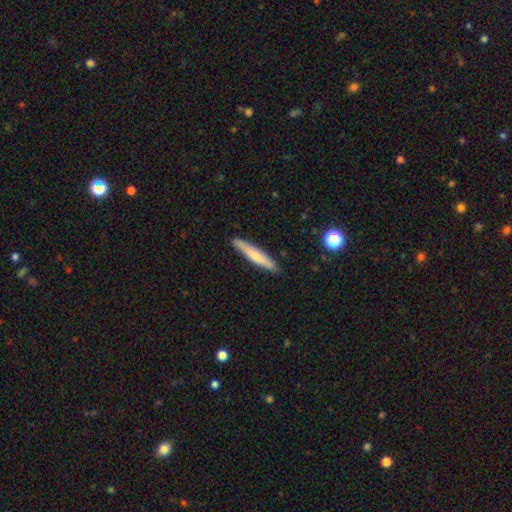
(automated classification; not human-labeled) This appears to be a smooth galaxy with no disk features (65%) that is cigar-shaped (93%). Merging: none (89%).